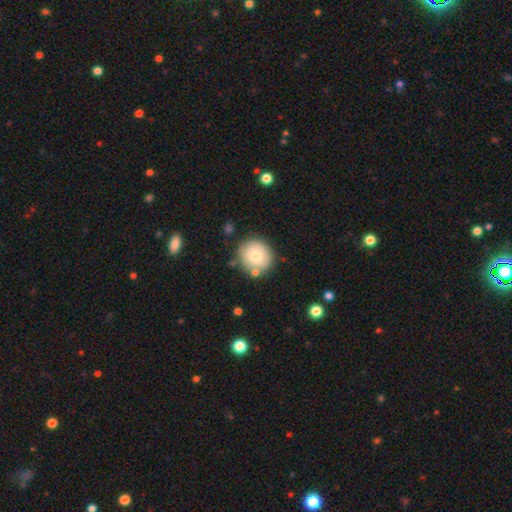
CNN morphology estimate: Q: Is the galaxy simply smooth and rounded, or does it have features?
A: smooth — 76%.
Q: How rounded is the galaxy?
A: round — 89%.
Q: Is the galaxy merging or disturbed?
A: none — 78%.